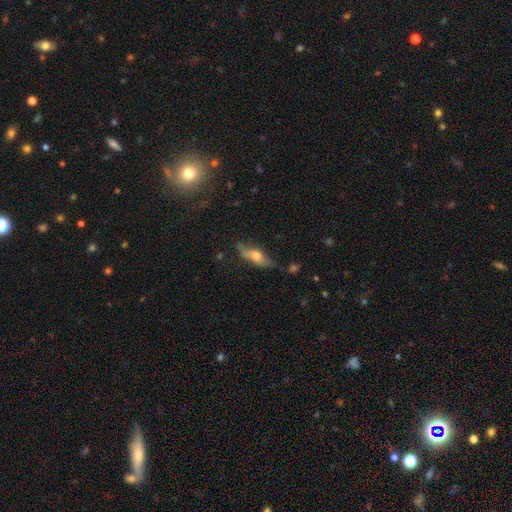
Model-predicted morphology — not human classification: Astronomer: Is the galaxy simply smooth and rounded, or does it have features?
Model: featured or disk — 49% (runner-up: smooth, 43%).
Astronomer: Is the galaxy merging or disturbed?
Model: none — 61%.